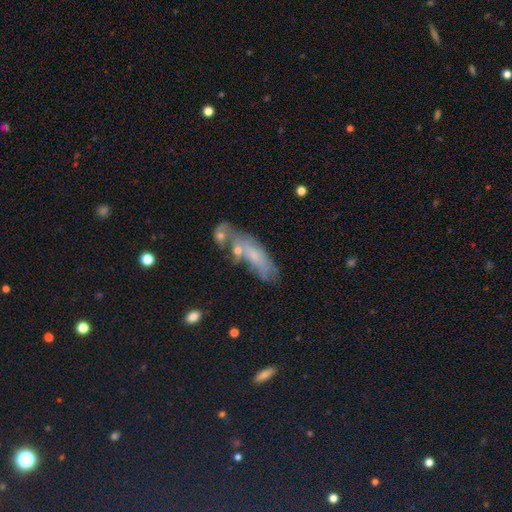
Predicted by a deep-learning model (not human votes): This is possibly a smooth galaxy (53%). How rounded: possibly in between (57%). Merging: marginally merger (34%, tied with none).